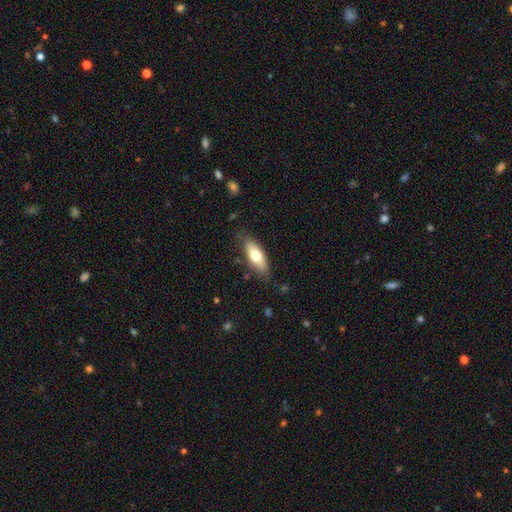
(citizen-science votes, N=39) Smooth or featured?
  - smooth: 54% *
  - featured or disk: 41%
  - star or artifact: 5%
How rounded?
  - in between: 76% *
  - cigar-shaped: 19%
  - round: 5%
Merging?
  - none: 70% *
  - minor disturbance: 16%
  - major disturbance: 8%
  - merger: 5%